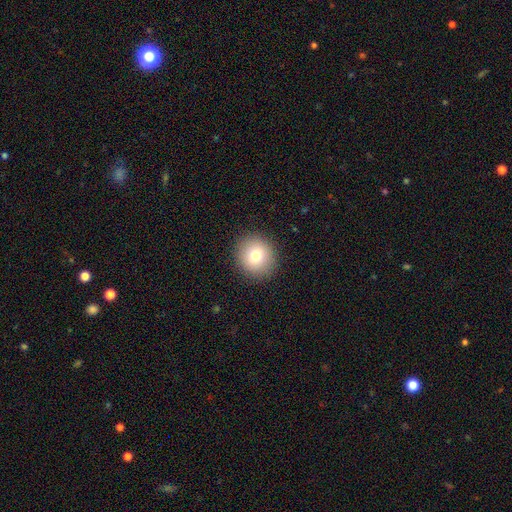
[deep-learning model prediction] A smooth galaxy with no disk features (77%) that is round (89%). Merging: none (91%).